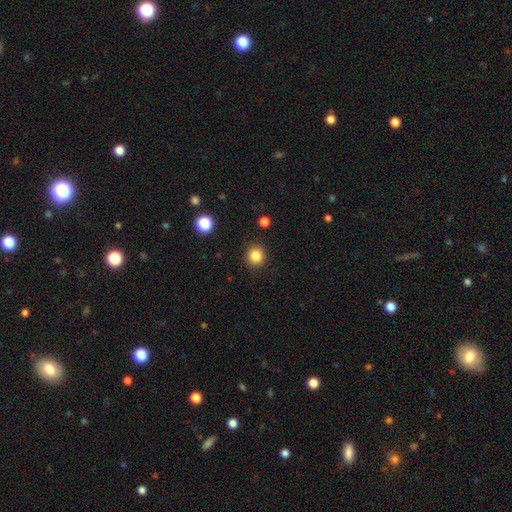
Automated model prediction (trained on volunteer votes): Morphology: type=smooth (84%); roundness=round (92%); merging=none (91%).